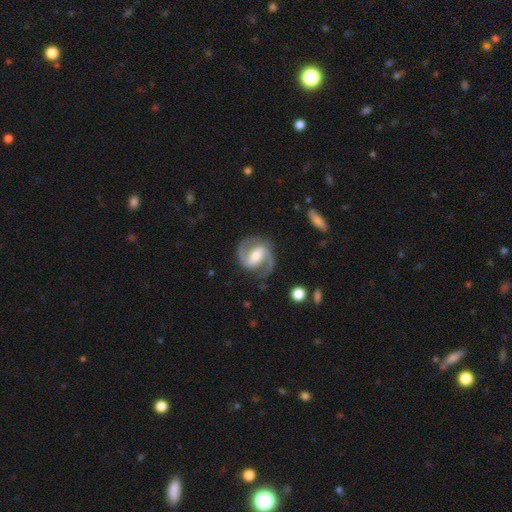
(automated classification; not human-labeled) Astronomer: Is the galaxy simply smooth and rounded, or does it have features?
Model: featured or disk — 91%.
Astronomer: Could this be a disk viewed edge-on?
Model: no — 98%.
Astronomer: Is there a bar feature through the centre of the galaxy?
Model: strong — 46% (runner-up: weak, 39%).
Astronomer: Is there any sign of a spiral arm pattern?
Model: yes — 97%.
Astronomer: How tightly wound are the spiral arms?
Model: medium — 61%.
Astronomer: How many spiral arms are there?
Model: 2 — 93%.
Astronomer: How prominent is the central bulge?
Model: moderate — 62%.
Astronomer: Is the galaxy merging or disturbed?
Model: none — 82%.